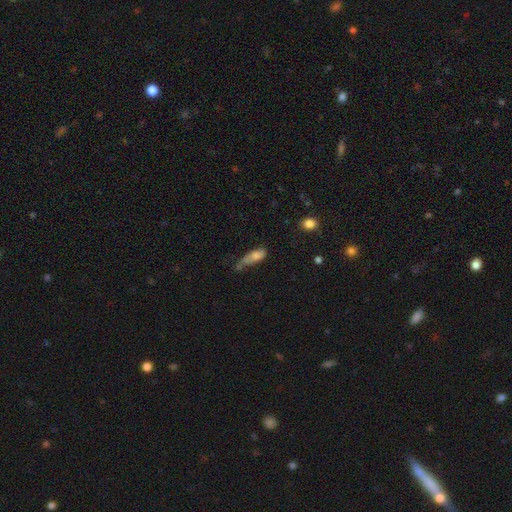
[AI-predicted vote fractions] Morphology: type=smooth (67%); roundness=in between (67%); merging=minor disturbance (33%).